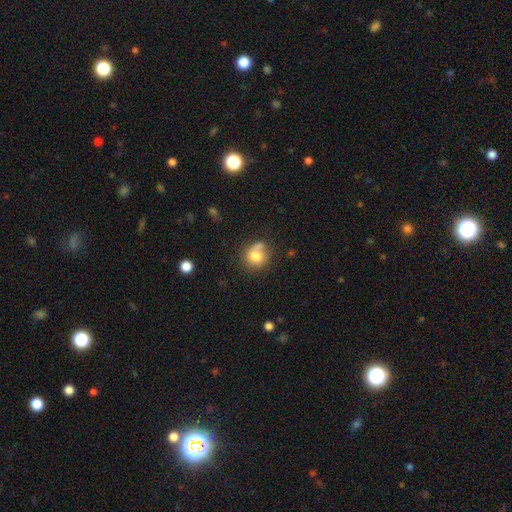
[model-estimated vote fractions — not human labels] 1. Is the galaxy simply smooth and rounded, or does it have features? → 77% smooth, 13% featured or disk, 10% star or artifact.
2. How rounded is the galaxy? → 78% round, 21% in between, 1% cigar-shaped.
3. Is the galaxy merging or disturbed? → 49% none, 25% merger, 18% minor disturbance, 8% major disturbance.